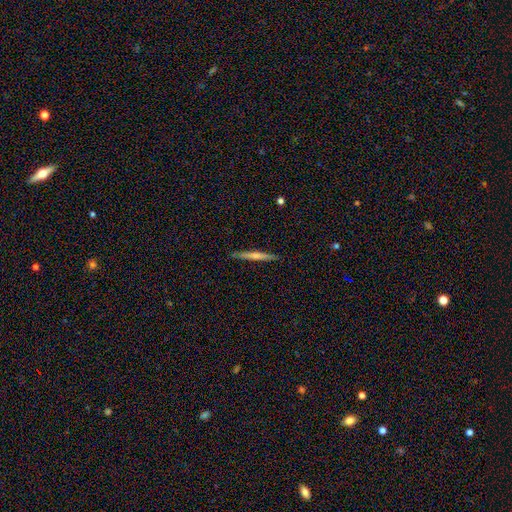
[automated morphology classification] This appears to be a smooth galaxy with no disk features (56%) that is cigar-shaped (96%). Merging: none (89%).